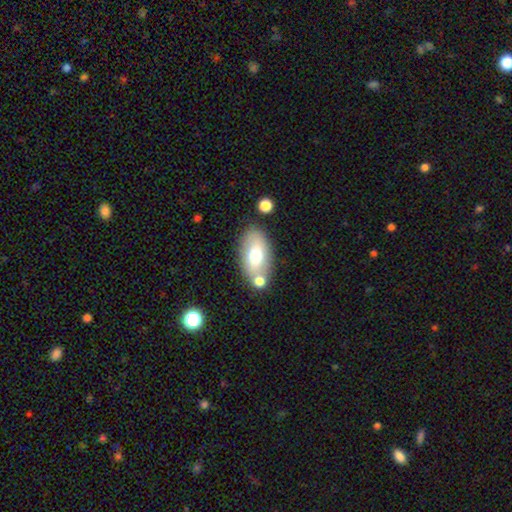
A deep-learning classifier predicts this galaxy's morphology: Overall: smooth (67%). How rounded: in between (91%). Merging: none (69%).